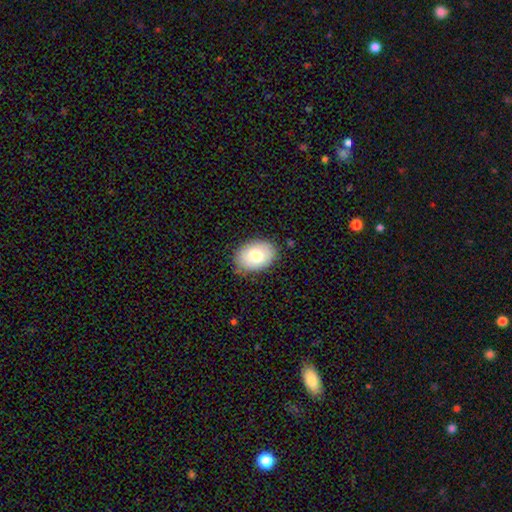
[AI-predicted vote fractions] Q: Smooth or featured?
A: smooth (77%); runner-up: featured or disk (16%)
Q: How rounded?
A: in between (81%); runner-up: round (18%)
Q: Merging?
A: none (82%); runner-up: minor disturbance (14%)